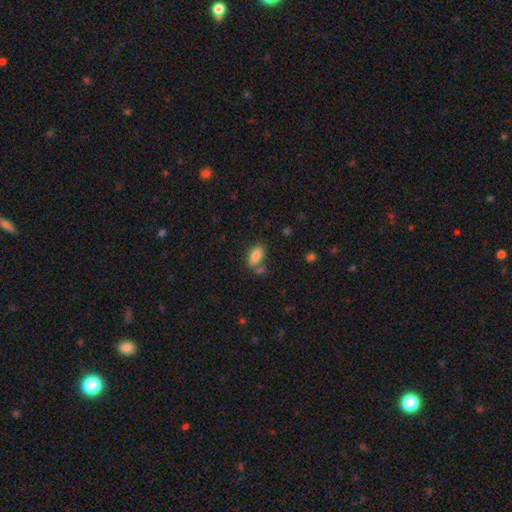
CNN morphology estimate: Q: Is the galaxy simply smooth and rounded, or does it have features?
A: smooth — 84%.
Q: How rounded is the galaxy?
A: in between — 91%.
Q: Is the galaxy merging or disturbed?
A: none — 62%.